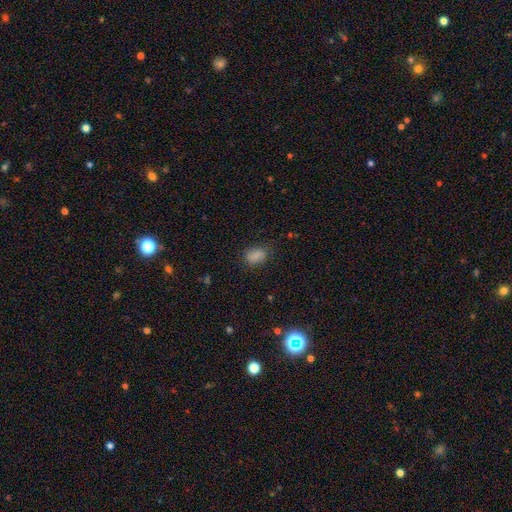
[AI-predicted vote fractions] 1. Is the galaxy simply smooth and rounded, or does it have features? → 83% smooth, 10% star or artifact, 6% featured or disk.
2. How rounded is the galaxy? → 80% in between, 18% round, 2% cigar-shaped.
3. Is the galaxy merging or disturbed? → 75% none, 18% minor disturbance, 5% major disturbance, 2% merger.